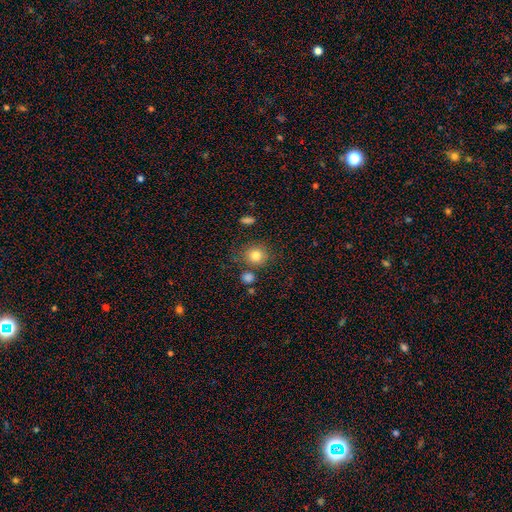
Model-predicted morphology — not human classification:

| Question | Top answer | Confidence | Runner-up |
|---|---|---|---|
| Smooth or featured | smooth | 82% | star or artifact (11%) |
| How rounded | round | 82% | in between (17%) |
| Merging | none | 74% | minor disturbance (12%) |